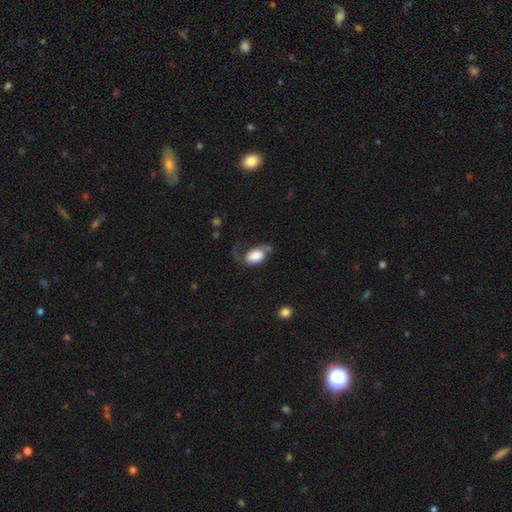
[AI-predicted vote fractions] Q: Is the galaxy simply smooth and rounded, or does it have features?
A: smooth — 61%.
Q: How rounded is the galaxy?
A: in between — 86%.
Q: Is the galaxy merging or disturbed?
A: major disturbance — 36%.